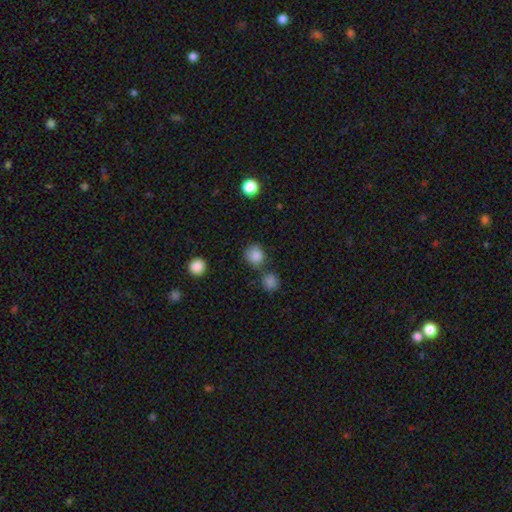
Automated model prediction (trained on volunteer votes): smooth_or_featured: smooth (p=0.84) [alt: star or artifact p=0.12]
how_rounded: round (p=0.81) [alt: in between p=0.18]
merging: none (p=0.67) [alt: merger p=0.15]